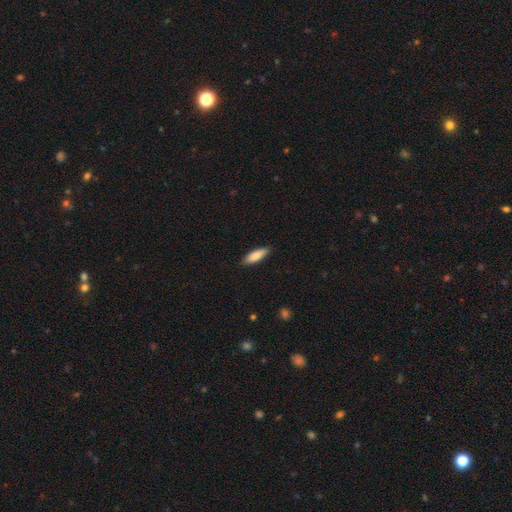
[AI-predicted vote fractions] Smooth or featured: smooth — 82% (featured or disk — 12%)
How rounded: in between — 52% (cigar-shaped — 47%)
Merging: none — 87% (minor disturbance — 10%)